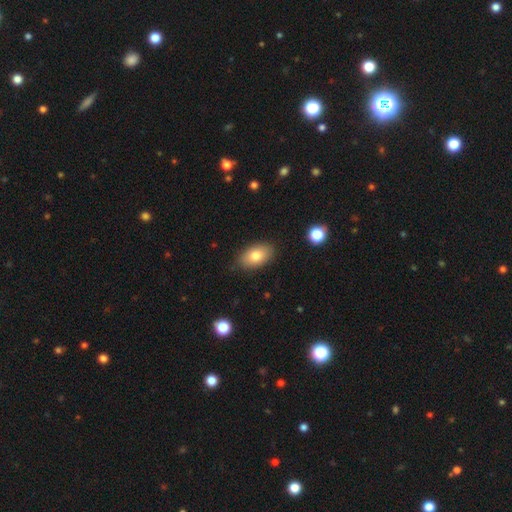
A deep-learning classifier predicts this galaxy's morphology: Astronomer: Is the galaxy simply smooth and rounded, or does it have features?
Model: smooth — 80%.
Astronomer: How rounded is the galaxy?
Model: in between — 92%.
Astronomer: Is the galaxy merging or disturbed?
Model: none — 84%.